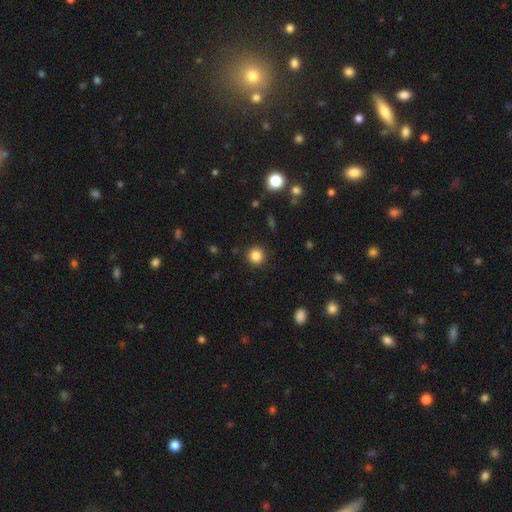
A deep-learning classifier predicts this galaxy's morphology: A smooth galaxy with no disk features (84%) that is round (94%).

Vote fractions:
- Smooth or featured? smooth: 84% / star or artifact: 11% / featured or disk: 4%
- How rounded? round: 94% / in between: 5% / cigar-shaped: 1%
- Merging? none: 92% / minor disturbance: 5% / major disturbance: 2% / merger: 1%